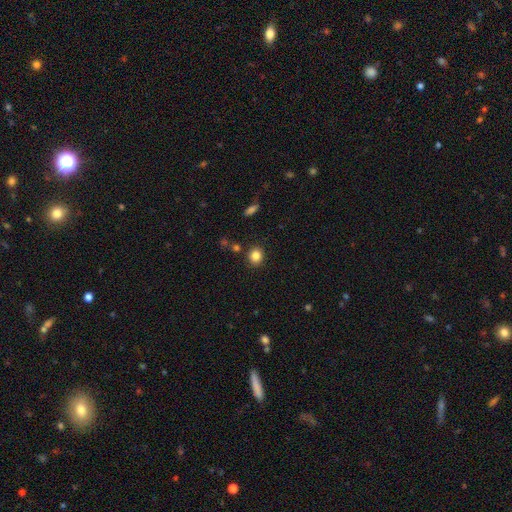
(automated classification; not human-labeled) The model was most divided on "how rounded": round: 79%, in between: 20%, cigar-shaped: 1%. More confident: merging — none (88%); smooth or featured — smooth (83%).